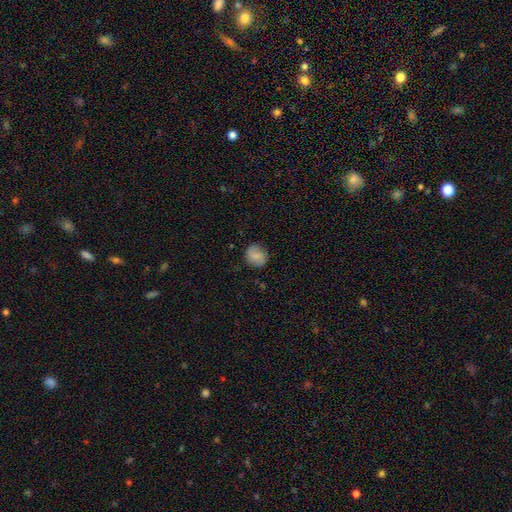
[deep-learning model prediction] smooth 75%, featured or disk 16%, star or artifact 8%. Down the decision tree: how rounded — round (72%); merging — none (80%).